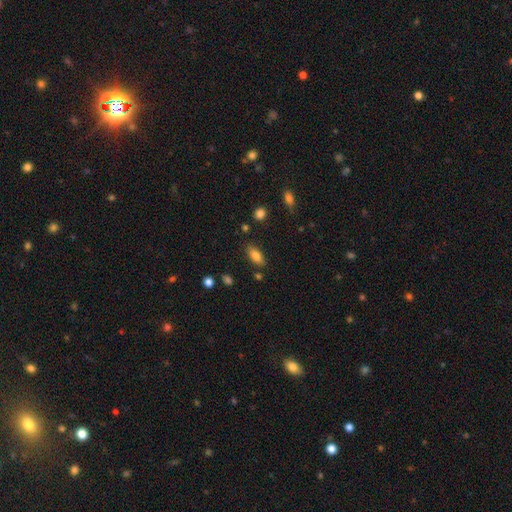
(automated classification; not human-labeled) smooth_or_featured: smooth (p=0.81) [alt: featured or disk p=0.11]
how_rounded: in between (p=0.84) [alt: cigar-shaped p=0.13]
merging: none (p=0.82) [alt: minor disturbance p=0.12]